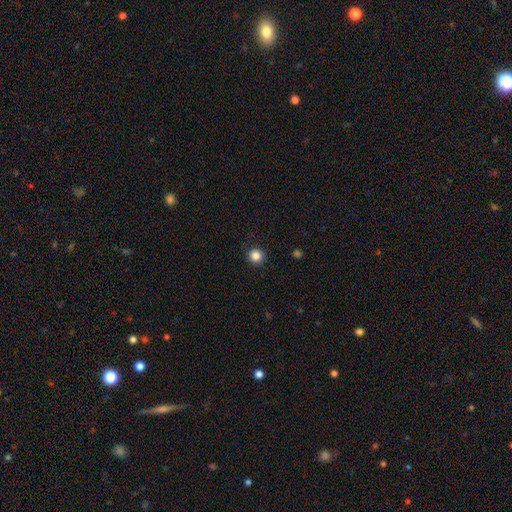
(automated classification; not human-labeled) smooth_or_featured: smooth (p=0.85) [alt: star or artifact p=0.11]
how_rounded: round (p=0.93) [alt: in between p=0.06]
merging: none (p=0.91) [alt: minor disturbance p=0.06]